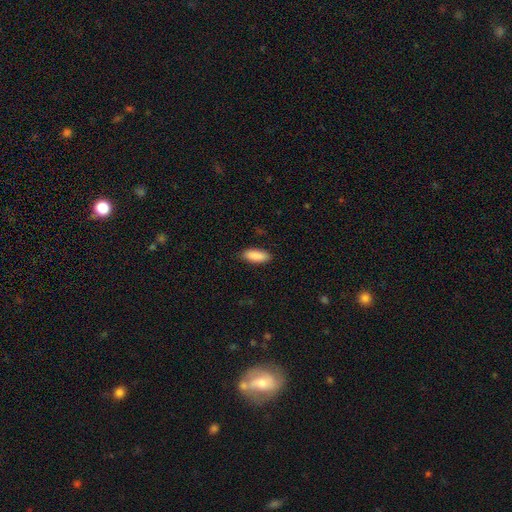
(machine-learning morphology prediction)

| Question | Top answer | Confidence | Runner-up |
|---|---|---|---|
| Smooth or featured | smooth | 90% | star or artifact (6%) |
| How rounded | in between | 80% | cigar-shaped (19%) |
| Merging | none | 87% | minor disturbance (10%) |